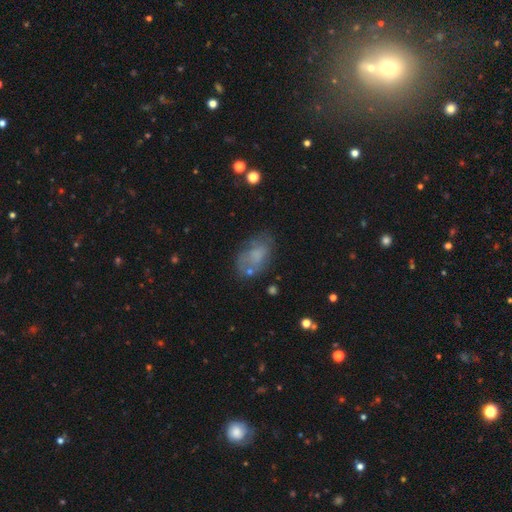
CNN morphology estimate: This is possibly a smooth galaxy (59%). How rounded: clearly in between (88%). Merging: possibly none (53%).